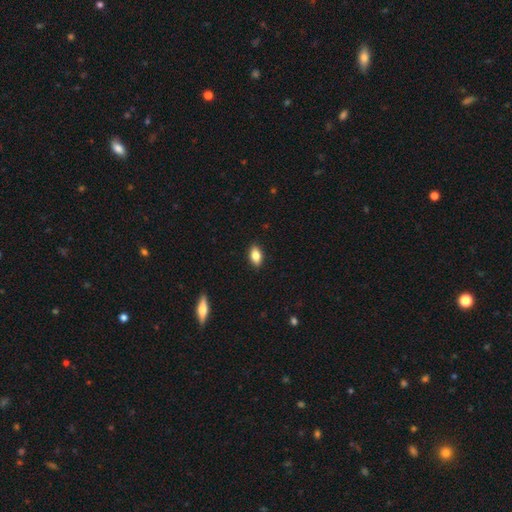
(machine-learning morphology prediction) Smooth or featured: smooth — 80% (featured or disk — 13%)
How rounded: in between — 88% (round — 7%)
Merging: none — 89% (minor disturbance — 8%)